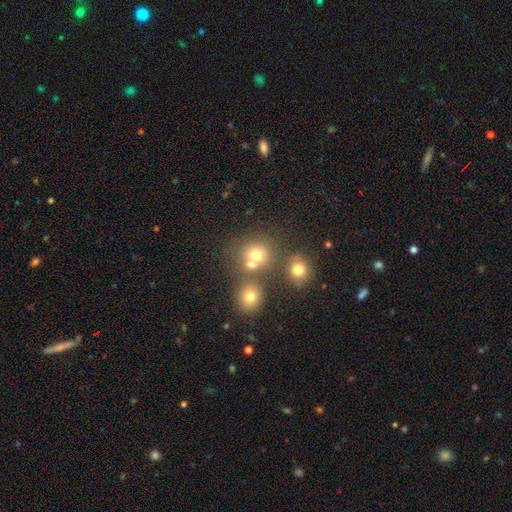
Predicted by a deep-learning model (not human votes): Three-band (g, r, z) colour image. It shows a smooth galaxy with no disk features (72%) that is round (86%). Merging: none (59%).